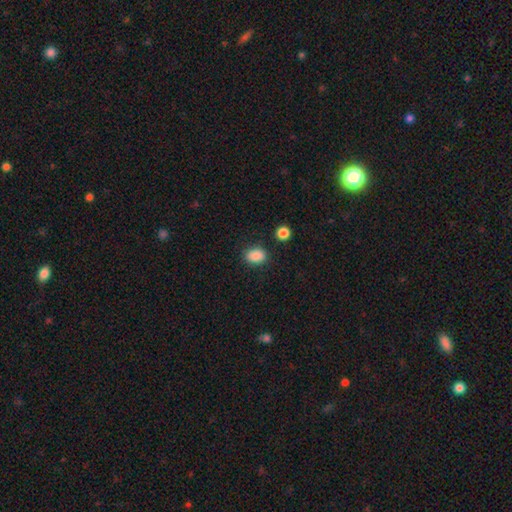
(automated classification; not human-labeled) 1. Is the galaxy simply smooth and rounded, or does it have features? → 87% smooth, 9% star or artifact, 4% featured or disk.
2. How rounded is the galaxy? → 73% in between, 25% round, 1% cigar-shaped.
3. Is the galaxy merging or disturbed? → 82% none, 11% minor disturbance, 3% major disturbance, 3% merger.